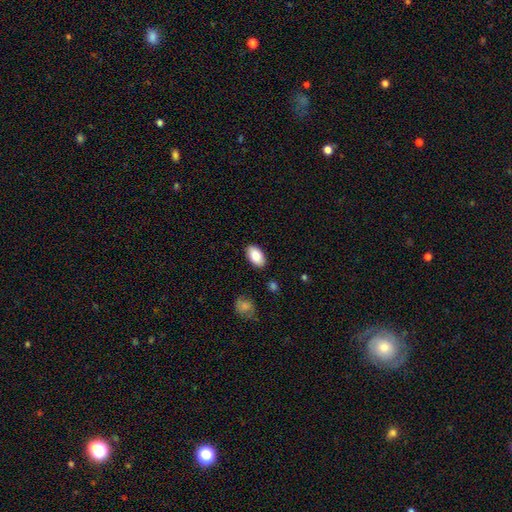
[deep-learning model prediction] Smooth or featured?
  - smooth: 87% *
  - star or artifact: 7%
  - featured or disk: 6%
How rounded?
  - in between: 95% *
  - round: 4%
  - cigar-shaped: 2%
Merging?
  - none: 87% *
  - minor disturbance: 10%
  - major disturbance: 2%
  - merger: 2%